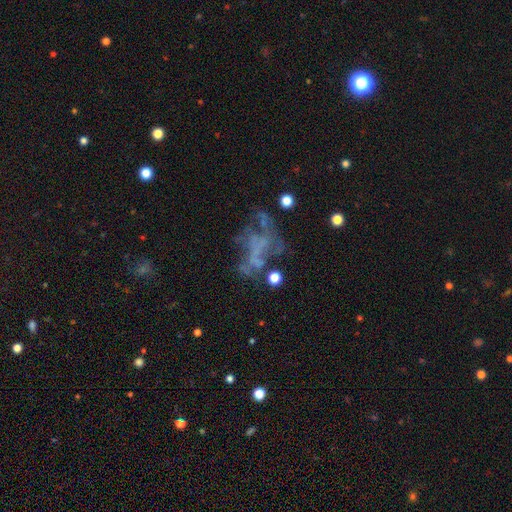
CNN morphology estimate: smooth-or-featured: featured or disk: 56% | star or artifact: 26% | smooth: 18%
  disk-edge-on: no: 96% | yes: 4%
    bar: no: 84% | weak: 11% | strong: 5%
    has-spiral-arms: no: 72% | yes: 28%
    bulge-size: none: 81% | small: 10% | moderate: 6% | large: 2% | dominant: 1%
  merging: none: 40% | major disturbance: 34% | minor disturbance: 17% | merger: 9%